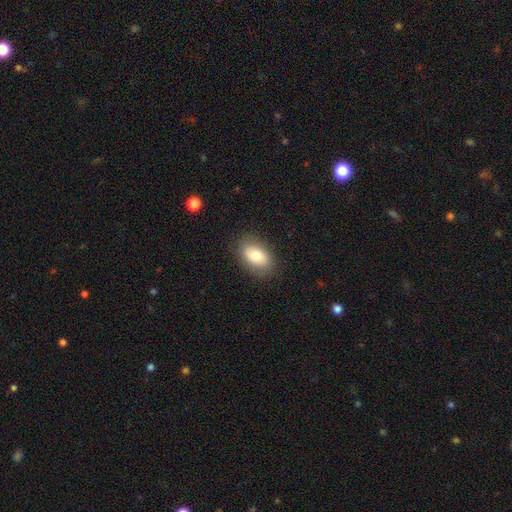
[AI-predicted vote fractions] This appears to be a smooth galaxy with no disk features (75%) that is in between round and cigar-shaped (89%). Merging: none (84%).